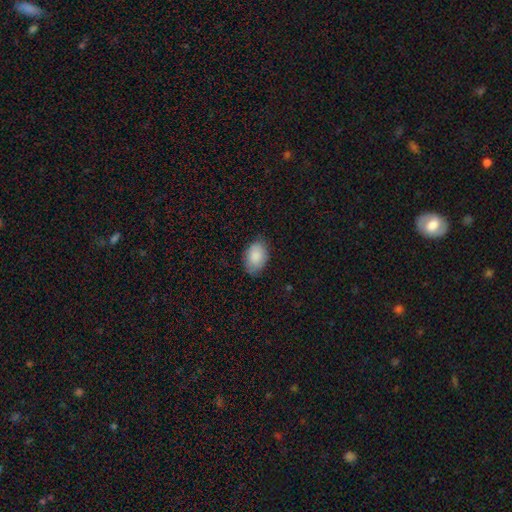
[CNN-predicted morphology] Smooth or featured: smooth — 87% (featured or disk — 7%)
How rounded: in between — 85% (round — 14%)
Merging: none — 78% (minor disturbance — 18%)